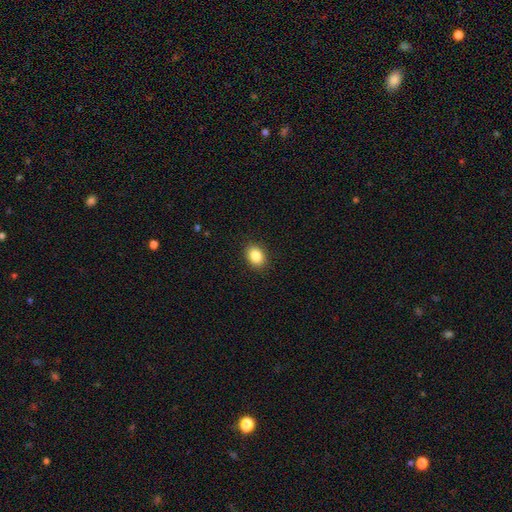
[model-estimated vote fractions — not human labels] A smooth galaxy with no disk features (87%) that is in between round and cigar-shaped (73%).

Vote fractions:
- Smooth or featured? smooth: 87% / star or artifact: 8% / featured or disk: 4%
- How rounded? in between: 73% / round: 26% / cigar-shaped: 1%
- Merging? none: 89% / minor disturbance: 8% / major disturbance: 2% / merger: 1%